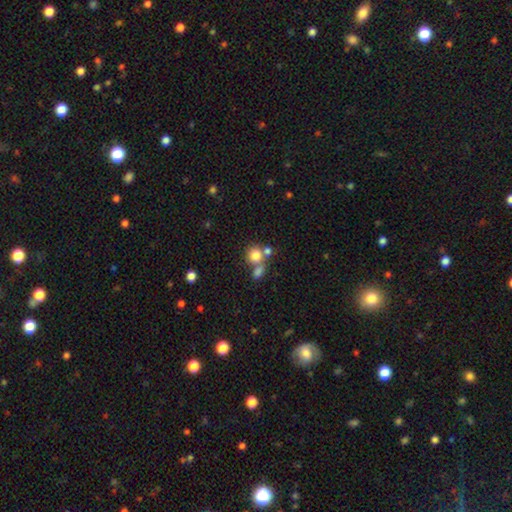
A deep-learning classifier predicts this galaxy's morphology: smooth_or_featured: smooth (p=0.78) [alt: star or artifact p=0.12]
how_rounded: round (p=0.81) [alt: in between p=0.18]
merging: none (p=0.45) [alt: merger p=0.41]